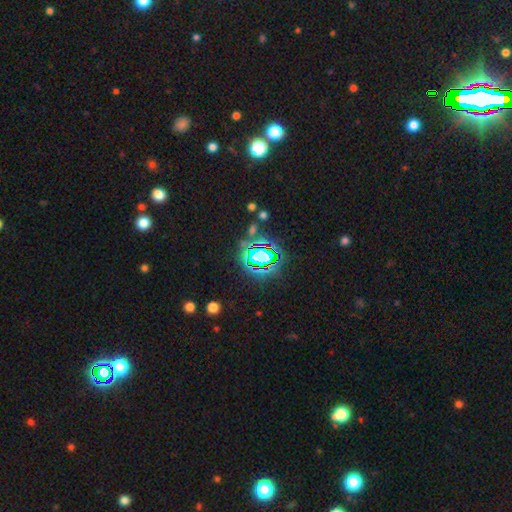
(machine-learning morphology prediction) Smooth or featured: star or artifact — 77% (smooth — 14%)